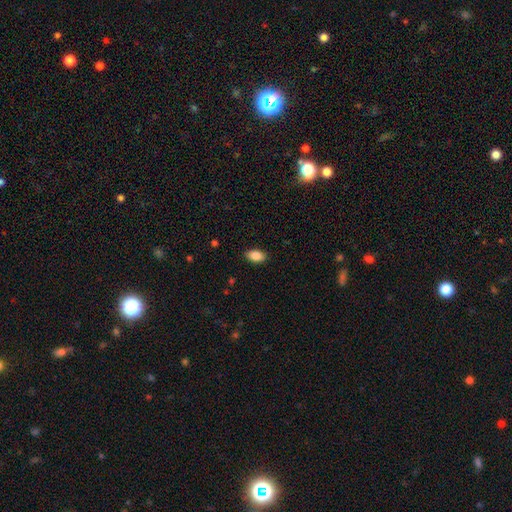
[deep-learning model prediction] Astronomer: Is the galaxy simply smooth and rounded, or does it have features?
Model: smooth — 87%.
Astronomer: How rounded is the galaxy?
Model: in between — 92%.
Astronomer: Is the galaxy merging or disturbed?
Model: none — 87%.